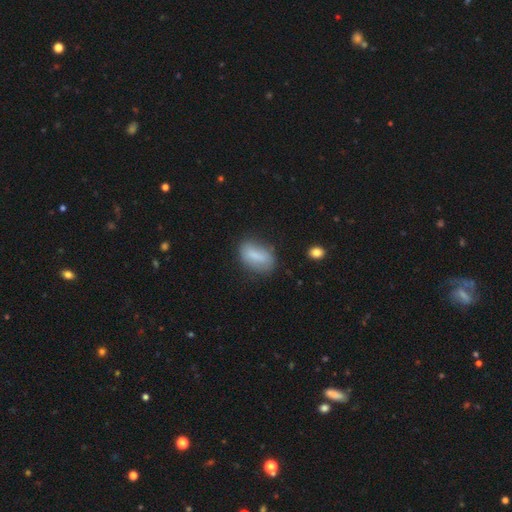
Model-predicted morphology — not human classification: The model was most divided on "merging": none: 70%, minor disturbance: 22%, major disturbance: 6%, merger: 2%. More confident: how rounded — in between (88%); smooth or featured — smooth (76%).